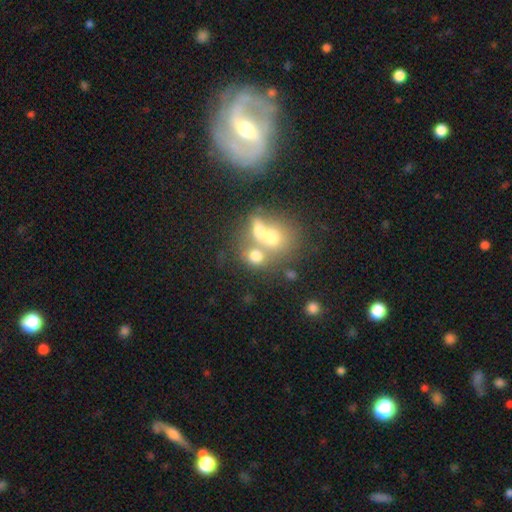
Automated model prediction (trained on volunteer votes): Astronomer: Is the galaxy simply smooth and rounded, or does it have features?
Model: smooth — 65%.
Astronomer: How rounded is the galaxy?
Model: round — 67%.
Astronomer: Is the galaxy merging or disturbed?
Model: merger — 53% (runner-up: none, 32%).